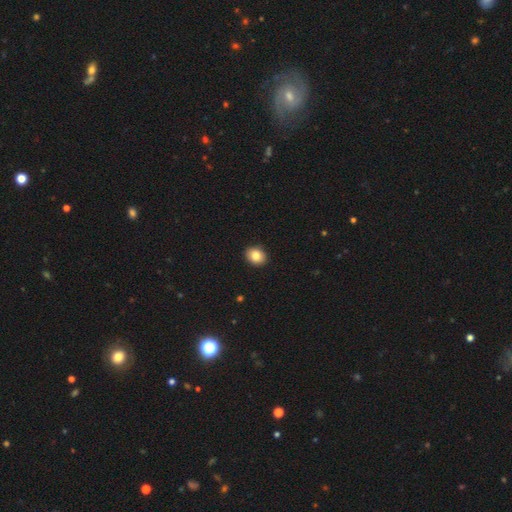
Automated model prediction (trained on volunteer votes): Smooth or featured: smooth — 84% (star or artifact — 9%)
How rounded: round — 53% (in between — 46%)
Merging: none — 92% (minor disturbance — 6%)